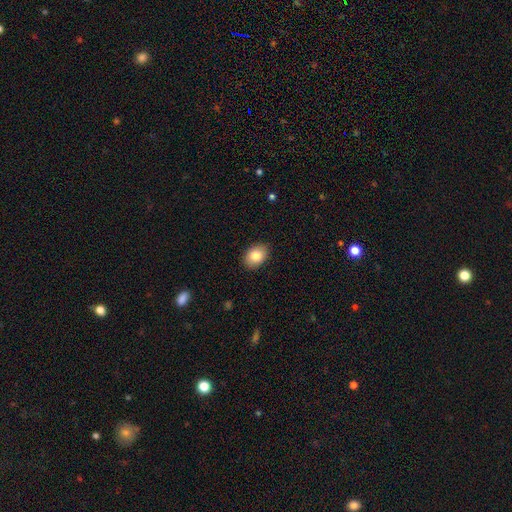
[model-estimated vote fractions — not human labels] Q: Smooth or featured?
A: smooth (84%); runner-up: featured or disk (8%)
Q: How rounded?
A: in between (75%); runner-up: round (24%)
Q: Merging?
A: none (89%); runner-up: minor disturbance (8%)